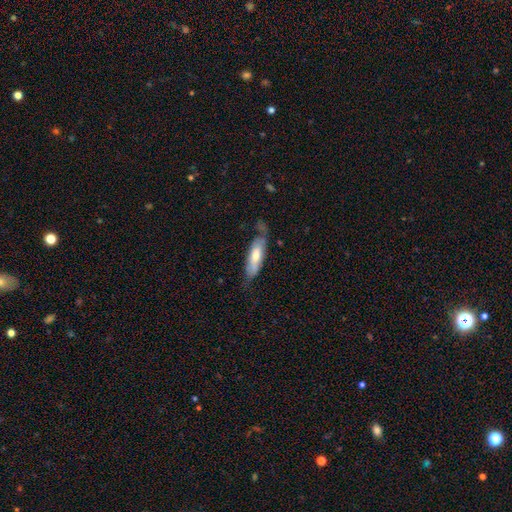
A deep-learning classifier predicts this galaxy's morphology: The model was most divided on "how rounded": in between: 54%, cigar-shaped: 44%, round: 2%. More confident: smooth or featured — smooth (60%); merging — none (56%).